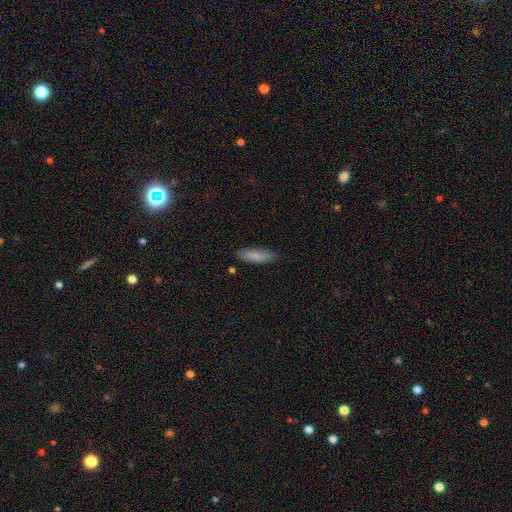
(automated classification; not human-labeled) smooth_or_featured: smooth (p=0.80) [alt: featured or disk p=0.14]
how_rounded: cigar-shaped (p=0.51) [alt: in between p=0.47]
merging: none (p=0.82) [alt: minor disturbance p=0.14]